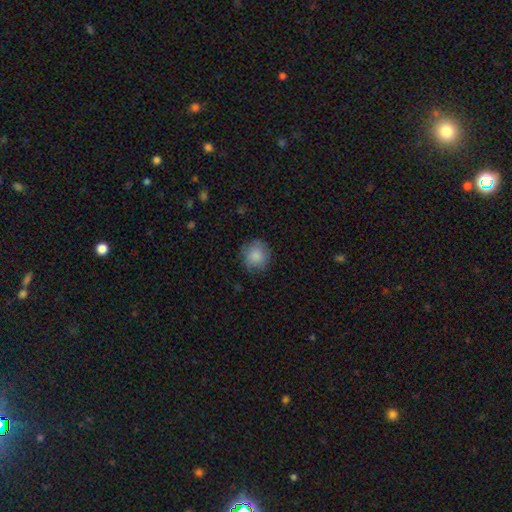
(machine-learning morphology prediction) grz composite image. It shows a smooth galaxy with no disk features (85%) that is round (86%). Merging: none (82%).